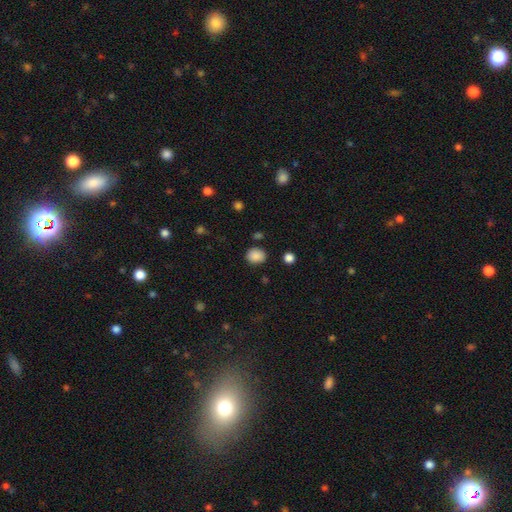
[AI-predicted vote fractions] Overall: smooth (87%). How rounded: round (54%; in between 46%). Merging: none (84%).